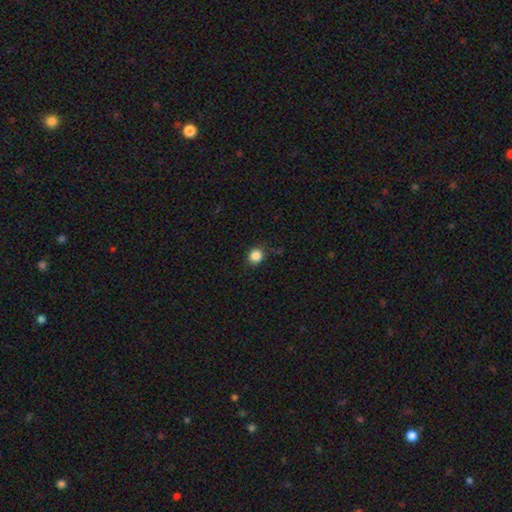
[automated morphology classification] smooth 86%, star or artifact 11%, featured or disk 3%. Down the decision tree: how rounded — round (86%); merging — none (85%).